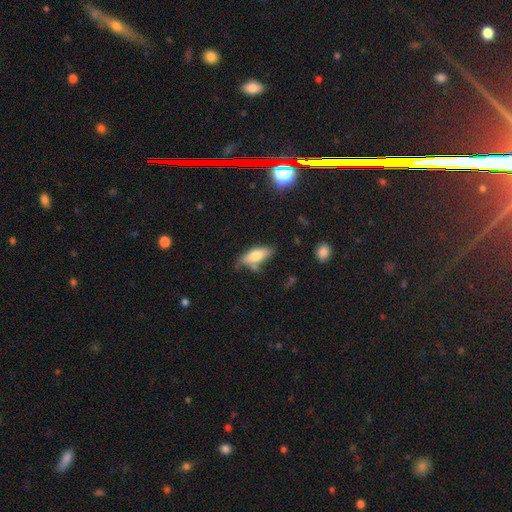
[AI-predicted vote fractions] Morphology: type=smooth (68%); roundness=in between (70%); merging=none (60%).